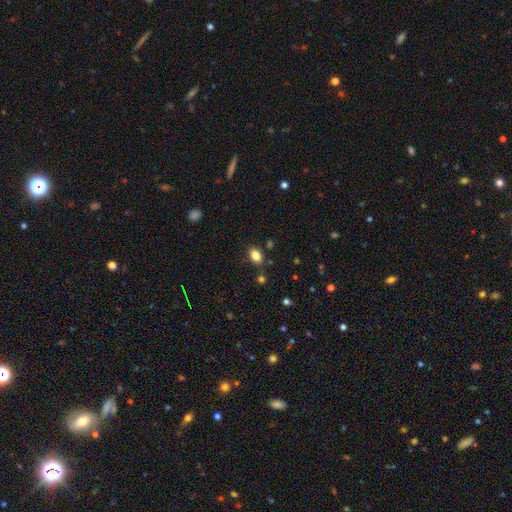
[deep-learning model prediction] smooth-or-featured: smooth: 84% | star or artifact: 10% | featured or disk: 6%
  how-rounded: in between: 81% | round: 18% | cigar-shaped: 1%
  merging: none: 83% | minor disturbance: 11% | merger: 3% | major disturbance: 3%